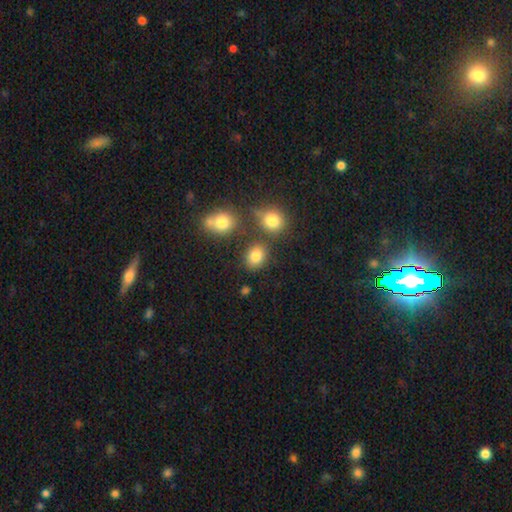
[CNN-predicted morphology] This appears to be a smooth galaxy with no disk features (81%) that is round (54%). Merging: none (71%).